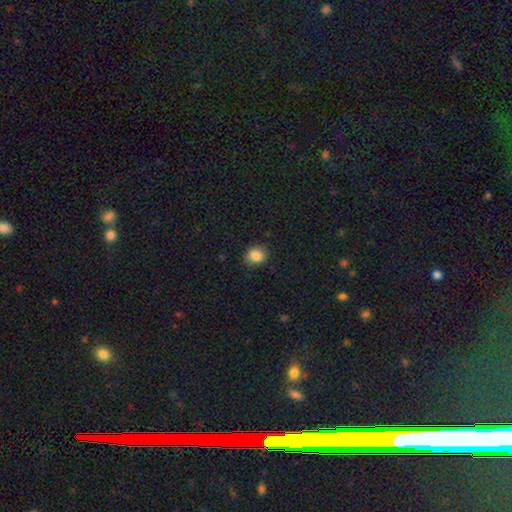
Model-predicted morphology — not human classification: Smooth or featured: smooth — 86% (star or artifact — 10%)
How rounded: round — 74% (in between — 25%)
Merging: none — 86% (minor disturbance — 11%)